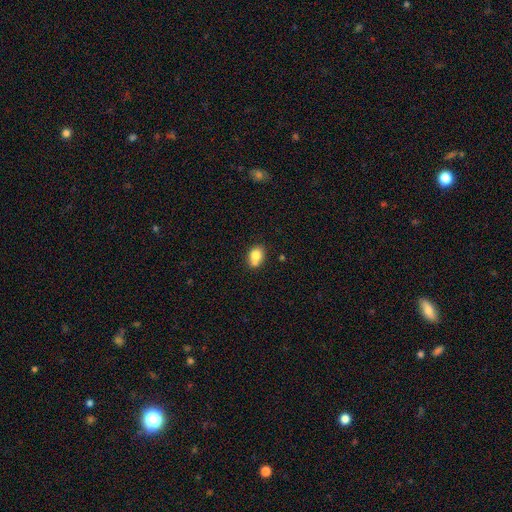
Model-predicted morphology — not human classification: Smooth or featured: smooth — 78% (featured or disk — 12%)
How rounded: in between — 62% (round — 37%)
Merging: none — 55% (minor disturbance — 20%)